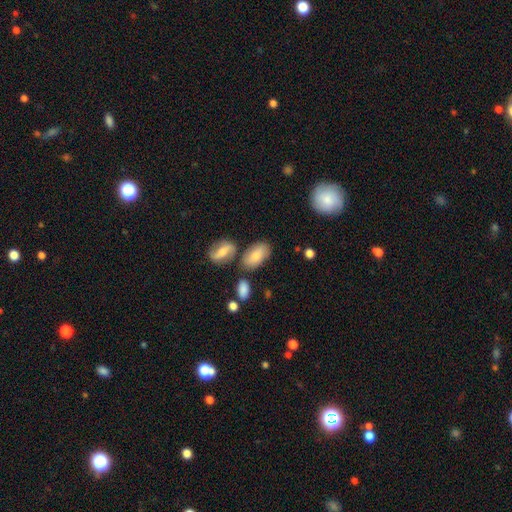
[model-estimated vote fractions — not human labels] A smooth galaxy with no disk features (74%) that is in between round and cigar-shaped (92%).

Vote fractions:
- Smooth or featured? smooth: 74% / featured or disk: 19% / star or artifact: 7%
- How rounded? in between: 92% / round: 6% / cigar-shaped: 3%
- Merging? none: 68% / minor disturbance: 15% / merger: 13% / major disturbance: 4%